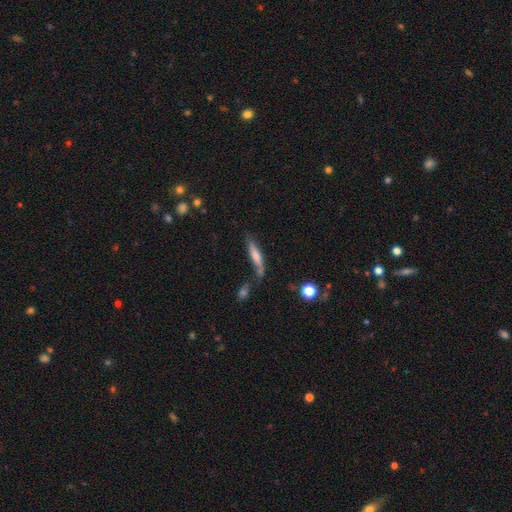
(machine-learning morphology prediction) smooth_or_featured: smooth (p=0.53) [alt: featured or disk p=0.39]
how_rounded: cigar-shaped (p=0.81) [alt: in between p=0.17]
merging: none (p=0.54) [alt: minor disturbance p=0.24]